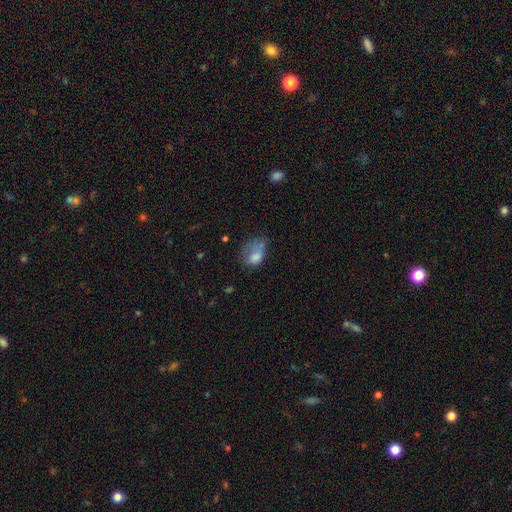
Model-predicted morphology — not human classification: A smooth galaxy with no disk features (68%) that is in between round and cigar-shaped (79%).

Vote fractions:
- Smooth or featured? smooth: 68% / featured or disk: 21% / star or artifact: 11%
- How rounded? in between: 79% / round: 20% / cigar-shaped: 1%
- Merging? major disturbance: 36% / minor disturbance: 28% / none: 24% / merger: 11%